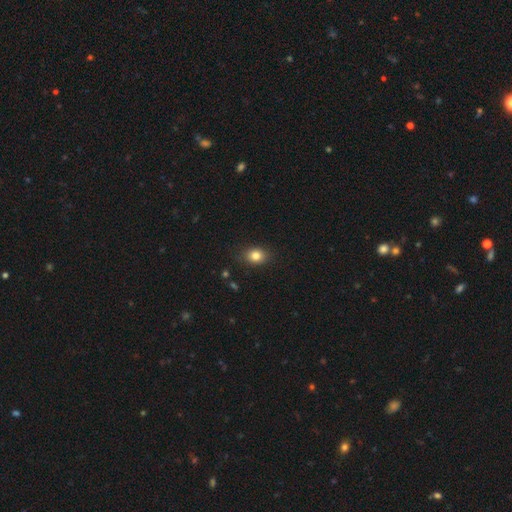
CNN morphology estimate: A smooth galaxy with no disk features (82%) that is in between round and cigar-shaped (59%).

Vote fractions:
- Smooth or featured? smooth: 82% / star or artifact: 11% / featured or disk: 7%
- How rounded? in between: 59% / round: 40% / cigar-shaped: 1%
- Merging? none: 86% / minor disturbance: 10% / major disturbance: 2% / merger: 1%